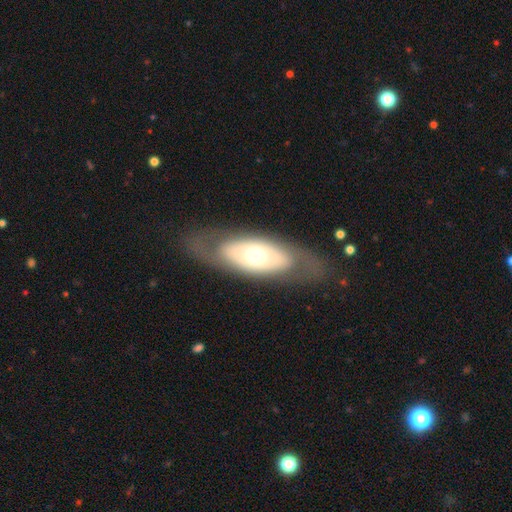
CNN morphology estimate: featured or disk 56%, smooth 38%, star or artifact 6%. Down the decision tree: edge-on disk — no (80%); merging — none (76%).